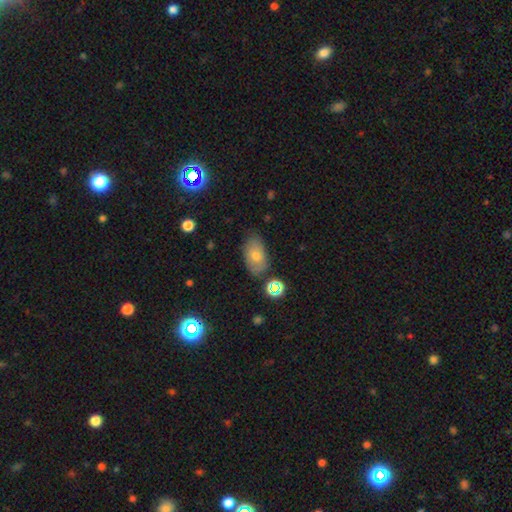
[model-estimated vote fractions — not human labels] A smooth galaxy with no disk features (69%) that is in between round and cigar-shaped (90%). Merging: none (75%).